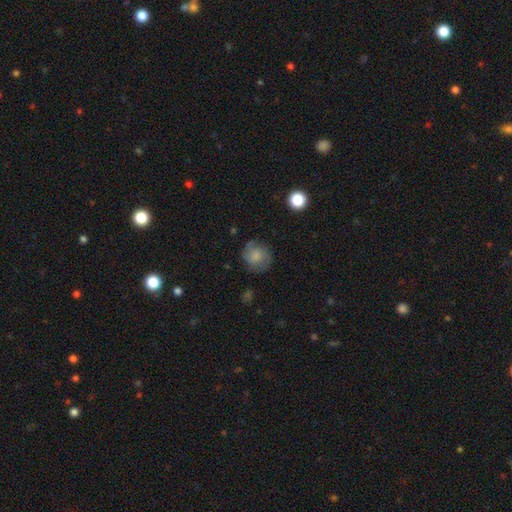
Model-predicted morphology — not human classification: This is possibly a smooth galaxy (50%). Merging: likely none (73%).